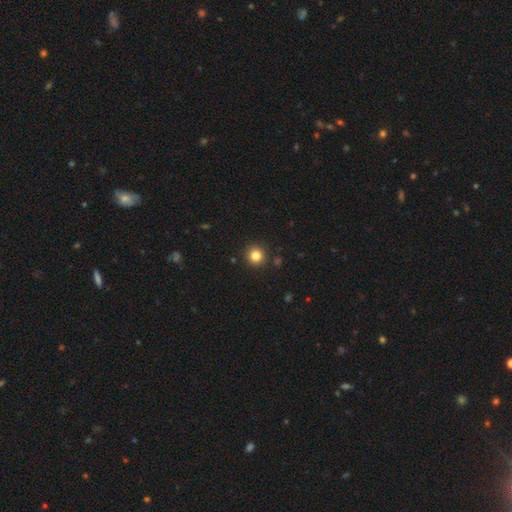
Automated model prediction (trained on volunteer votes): A smooth galaxy with no disk features (82%) that is round (93%).

Vote fractions:
- Smooth or featured? smooth: 82% / star or artifact: 12% / featured or disk: 5%
- How rounded? round: 93% / in between: 6% / cigar-shaped: 1%
- Merging? none: 90% / minor disturbance: 6% / major disturbance: 2% / merger: 2%